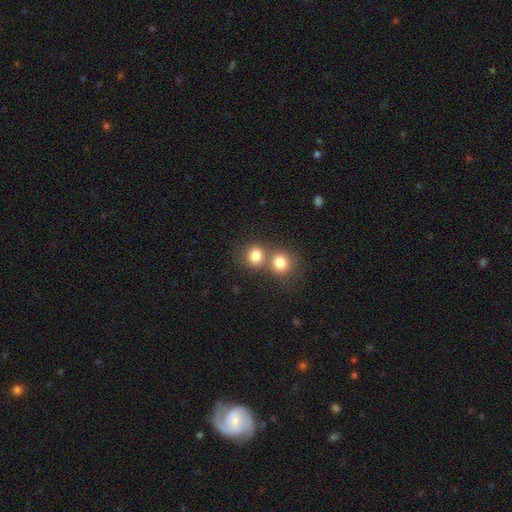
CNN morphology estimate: type=smooth (81%); roundness=round (81%); merging=none (46%).